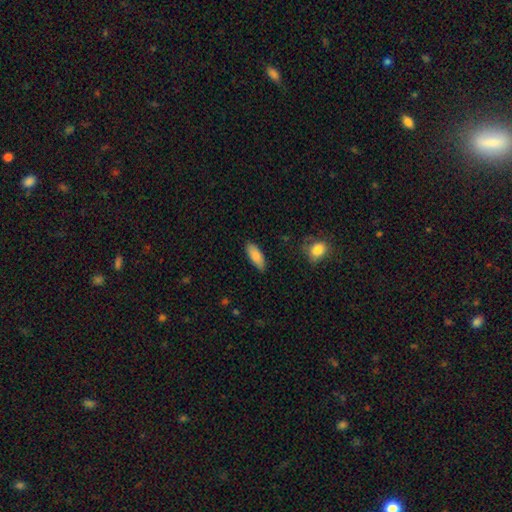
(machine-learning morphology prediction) This appears to be a smooth galaxy with no disk features (85%) that is in between round and cigar-shaped (73%). Merging: none (84%).